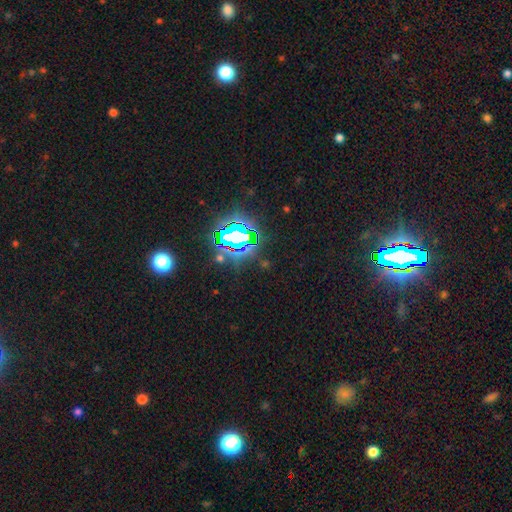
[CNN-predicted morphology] smooth_or_featured: star or artifact (p=0.83) [alt: smooth p=0.10]